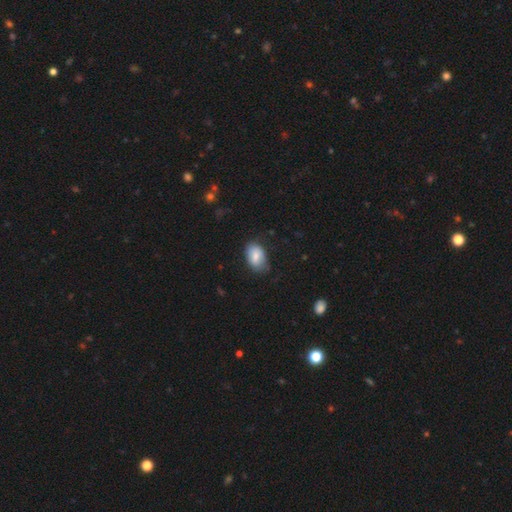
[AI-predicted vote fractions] A smooth galaxy with no disk features (80%) that is in between round and cigar-shaped (88%).

Vote fractions:
- Smooth or featured? smooth: 80% / featured or disk: 13% / star or artifact: 7%
- How rounded? in between: 88% / round: 10% / cigar-shaped: 1%
- Merging? none: 70% / minor disturbance: 23% / major disturbance: 5% / merger: 1%